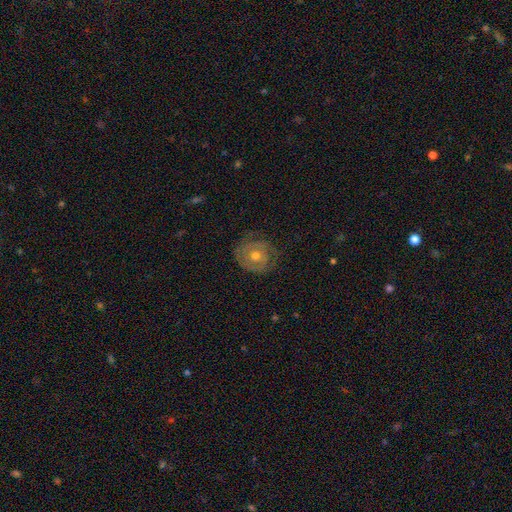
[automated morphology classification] This is likely a featured or disk galaxy (64%). It is clearly not viewed edge-on (96%). Bar: clearly no (80%). Spiral arm pattern: likely yes (74%). Central bulge: likely moderate (72%). Merging: likely none (72%).